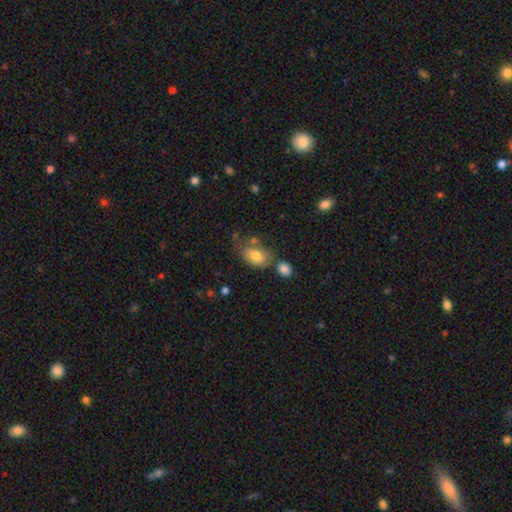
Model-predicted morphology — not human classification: Smooth or featured: smooth — 77% (featured or disk — 15%)
How rounded: in between — 86% (round — 13%)
Merging: none — 43% (minor disturbance — 24%)